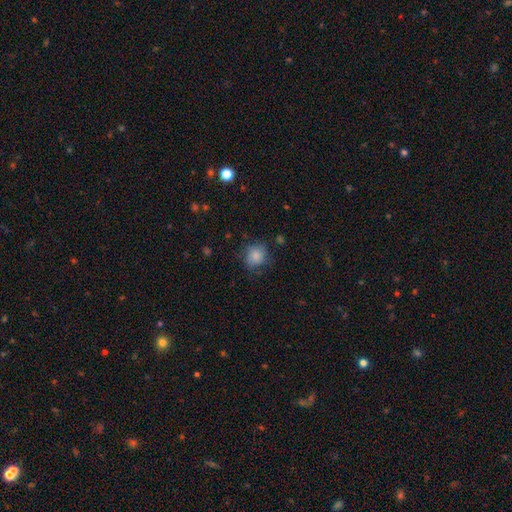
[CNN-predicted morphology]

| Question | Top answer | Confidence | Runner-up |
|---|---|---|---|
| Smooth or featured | smooth | 81% | featured or disk (10%) |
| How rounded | round | 73% | in between (26%) |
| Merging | none | 67% | minor disturbance (23%) |